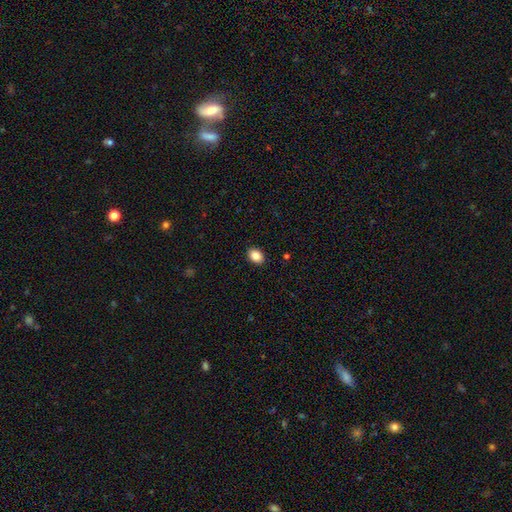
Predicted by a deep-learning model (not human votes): Morphology: type=smooth (86%); roundness=in between (74%); merging=none (91%).